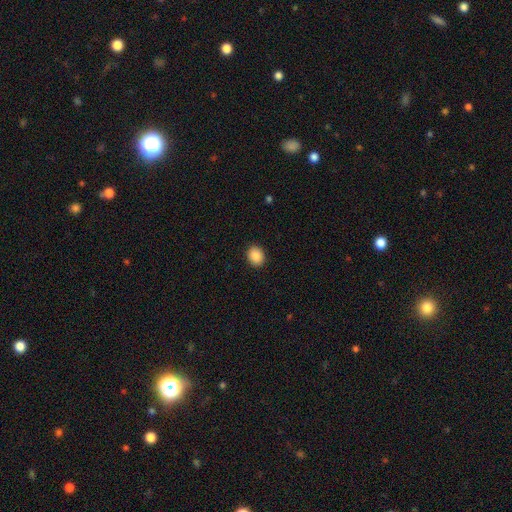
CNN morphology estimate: smooth-or-featured: smooth: 89% | star or artifact: 8% | featured or disk: 3%
  how-rounded: round: 51% | in between: 49% | cigar-shaped: 1%
  merging: none: 91% | minor disturbance: 6% | major disturbance: 2% | merger: 1%